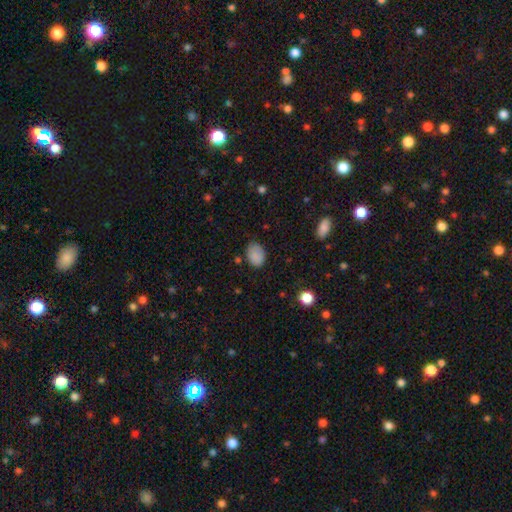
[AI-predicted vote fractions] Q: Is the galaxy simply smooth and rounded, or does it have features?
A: smooth — 86%.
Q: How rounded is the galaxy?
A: in between — 79%.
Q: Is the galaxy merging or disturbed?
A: none — 70%.